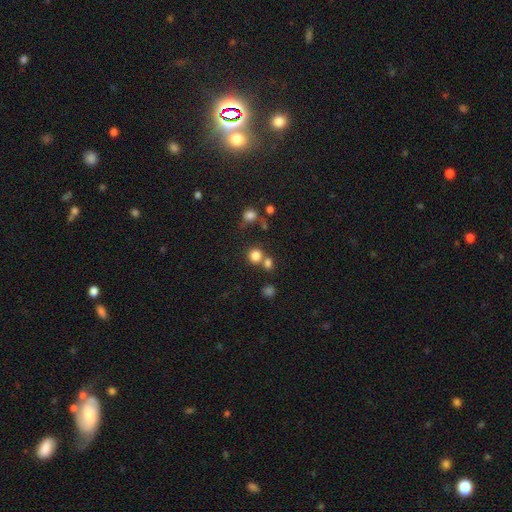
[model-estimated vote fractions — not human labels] Overall: smooth (80%). How rounded: round (84%). Merging: none (60%; merger 27%).